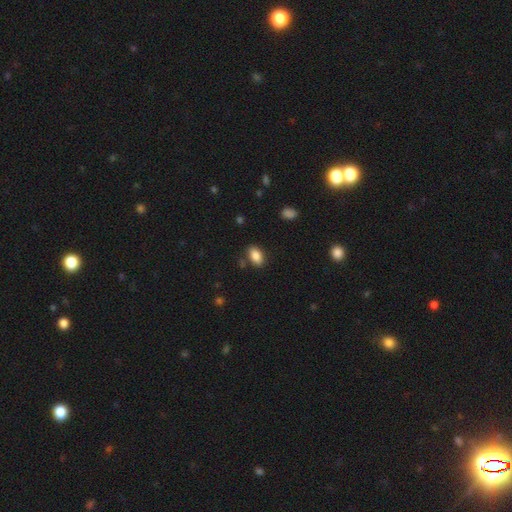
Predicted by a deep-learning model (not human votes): This appears to be a smooth galaxy with no disk features (86%) that is in between round and cigar-shaped (90%). Merging: none (82%).